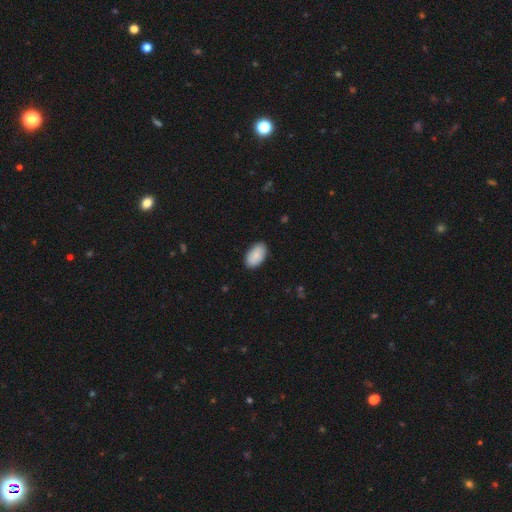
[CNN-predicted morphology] Overall: smooth (88%). How rounded: in between (95%). Merging: none (87%).